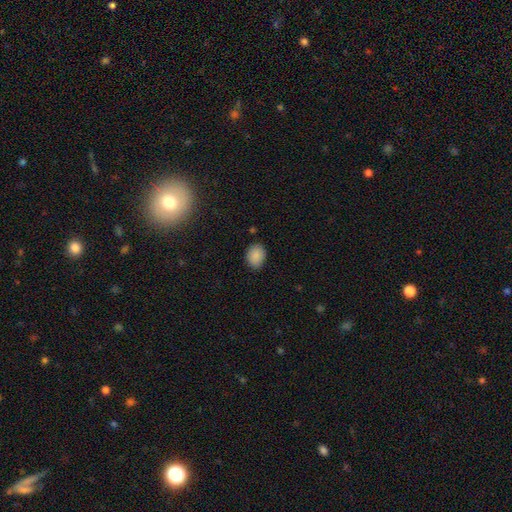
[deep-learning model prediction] This is clearly a smooth galaxy (88%). How rounded: likely in between (63%). Merging: clearly none (84%).